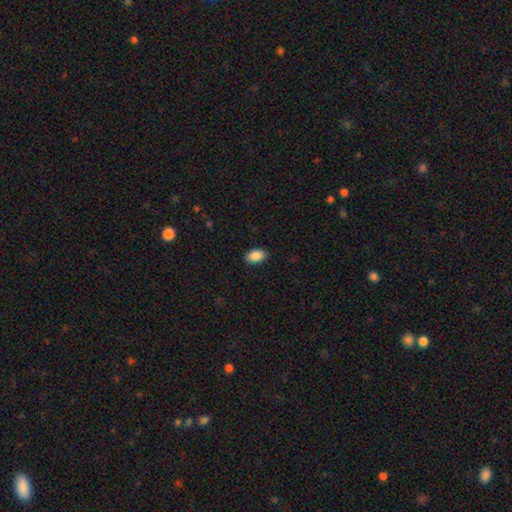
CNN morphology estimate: type=smooth (89%); roundness=in between (89%); merging=none (87%).